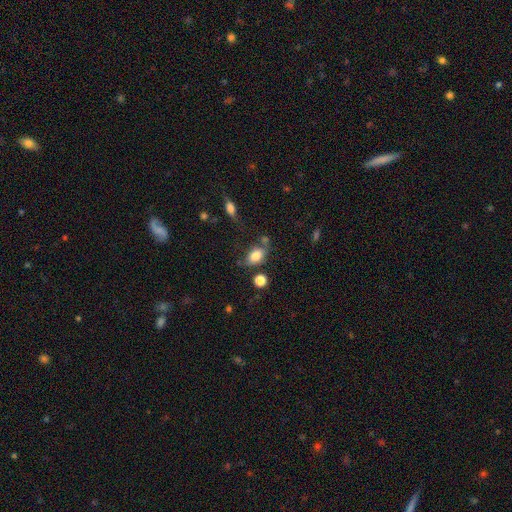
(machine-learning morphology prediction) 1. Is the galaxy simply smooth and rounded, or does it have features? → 82% smooth, 9% star or artifact, 9% featured or disk.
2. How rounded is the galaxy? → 82% in between, 16% round, 2% cigar-shaped.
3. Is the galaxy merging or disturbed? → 60% none, 20% minor disturbance, 12% merger, 8% major disturbance.